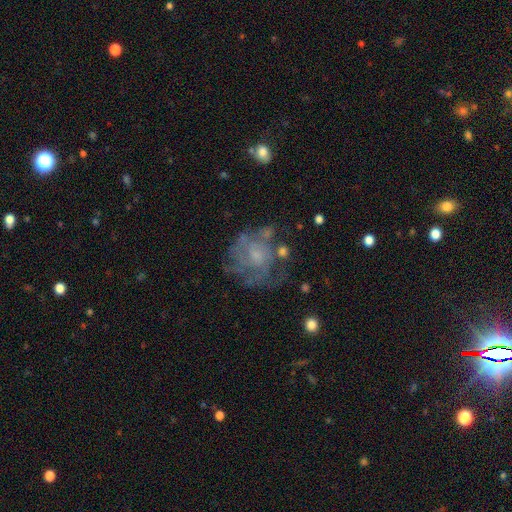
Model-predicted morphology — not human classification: smooth-or-featured: featured or disk: 66% | smooth: 22% | star or artifact: 12%
  disk-edge-on: no: 98% | yes: 2%
    bar: no: 80% | weak: 18% | strong: 3%
    has-spiral-arms: yes: 58% | no: 42%
    bulge-size: small: 44% | moderate: 29% | none: 22% | large: 3% | dominant: 1%
  merging: none: 55% | minor disturbance: 20% | major disturbance: 20% | merger: 5%